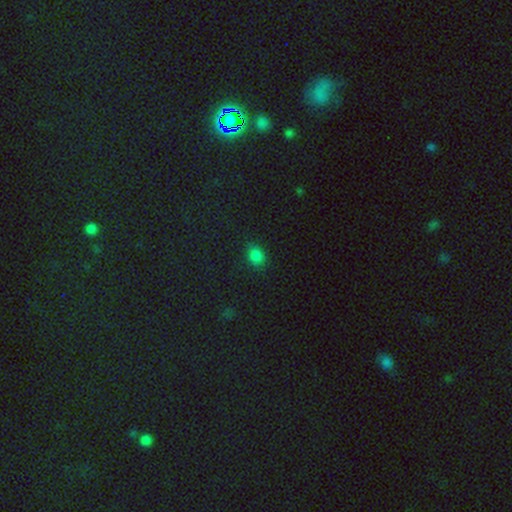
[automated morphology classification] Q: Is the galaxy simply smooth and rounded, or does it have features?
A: smooth — 80%.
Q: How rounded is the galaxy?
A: in between — 55%.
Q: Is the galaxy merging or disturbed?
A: none — 82%.